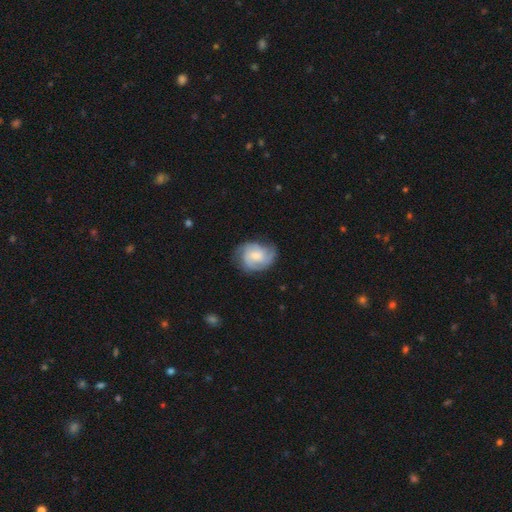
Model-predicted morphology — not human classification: smooth-or-featured: featured or disk: 64% | smooth: 29% | star or artifact: 6%
  disk-edge-on: no: 98% | yes: 2%
    bar: no: 60% | weak: 35% | strong: 5%
    has-spiral-arms: yes: 92% | no: 8%
      spiral-winding: tight: 44% | medium: 42% | loose: 14%
      spiral-arm-count: 3: 35% | 2: 25% | can't tell: 25% | 4: 7% | 1: 5% | more than 4: 4%
    bulge-size: moderate: 43% | small: 34% | none: 12% | large: 10% | dominant: 2%
  merging: none: 65% | minor disturbance: 24% | major disturbance: 9% | merger: 1%